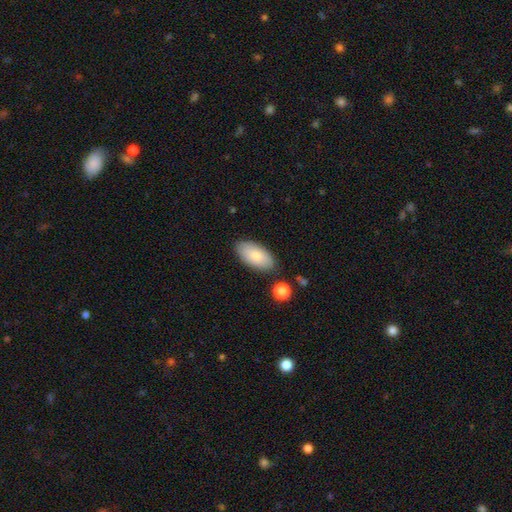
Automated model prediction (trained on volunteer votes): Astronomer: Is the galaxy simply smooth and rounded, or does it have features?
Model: smooth — 82%.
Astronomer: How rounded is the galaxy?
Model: in between — 94%.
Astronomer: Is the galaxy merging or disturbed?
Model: none — 83%.